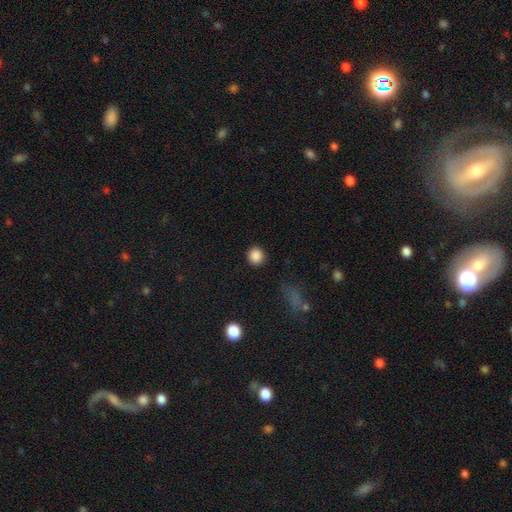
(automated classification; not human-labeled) A smooth galaxy with no disk features (87%) that is round (91%).

Vote fractions:
- Smooth or featured? smooth: 87% / star or artifact: 10% / featured or disk: 3%
- How rounded? round: 91% / in between: 8% / cigar-shaped: 1%
- Merging? none: 90% / minor disturbance: 6% / major disturbance: 2% / merger: 1%